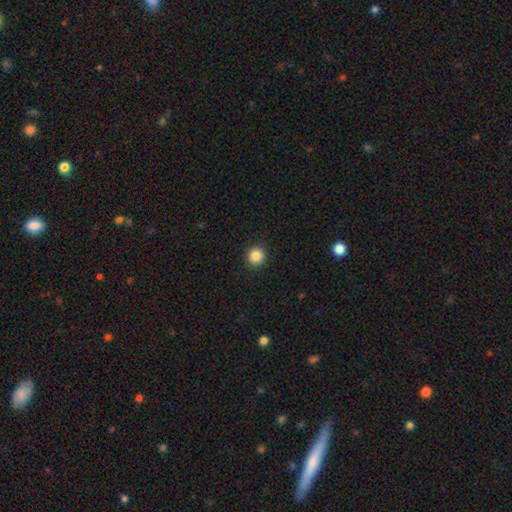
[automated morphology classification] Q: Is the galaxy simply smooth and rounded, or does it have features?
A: smooth — 86%.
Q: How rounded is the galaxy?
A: round — 93%.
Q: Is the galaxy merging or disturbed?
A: none — 92%.